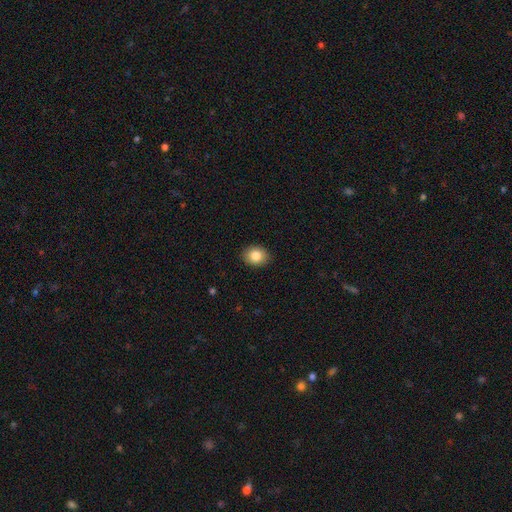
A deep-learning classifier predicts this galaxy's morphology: smooth 85%, star or artifact 9%, featured or disk 7%. Down the decision tree: how rounded — round (55%); merging — none (89%).